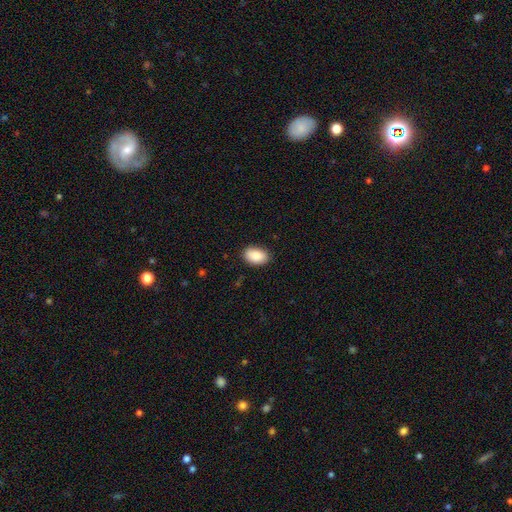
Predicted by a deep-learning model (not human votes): smooth-or-featured: smooth: 89% | star or artifact: 7% | featured or disk: 5%
  how-rounded: in between: 92% | round: 7% | cigar-shaped: 1%
  merging: none: 87% | minor disturbance: 10% | major disturbance: 2% | merger: 1%